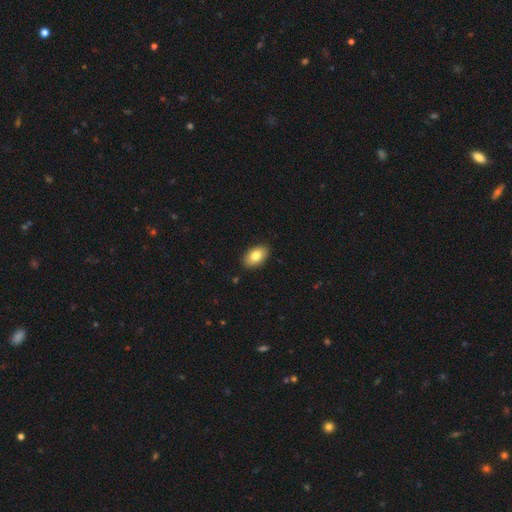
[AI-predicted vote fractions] Smooth or featured?
  - smooth: 81% *
  - featured or disk: 12%
  - star or artifact: 7%
How rounded?
  - in between: 92% *
  - round: 6%
  - cigar-shaped: 2%
Merging?
  - none: 88% *
  - minor disturbance: 9%
  - major disturbance: 2%
  - merger: 1%